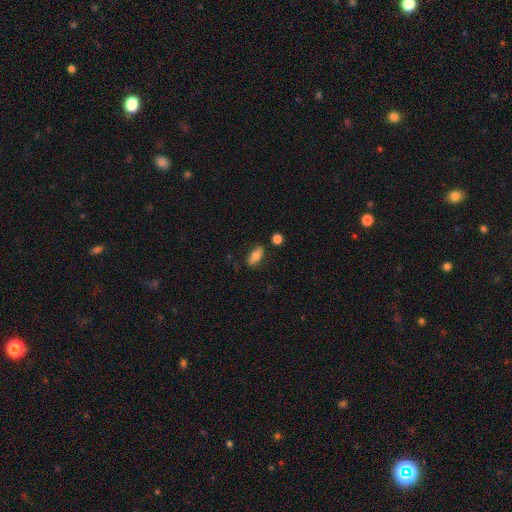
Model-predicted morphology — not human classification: Smooth or featured?
  - smooth: 73% *
  - featured or disk: 19%
  - star or artifact: 8%
How rounded?
  - in between: 80% *
  - cigar-shaped: 16%
  - round: 4%
Merging?
  - none: 73% *
  - minor disturbance: 18%
  - major disturbance: 5%
  - merger: 4%